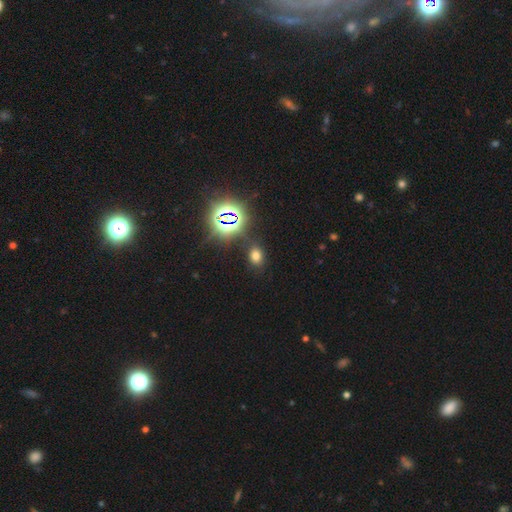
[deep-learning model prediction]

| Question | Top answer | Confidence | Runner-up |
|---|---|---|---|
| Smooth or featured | smooth | 62% | star or artifact (31%) |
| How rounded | in between | 62% | round (36%) |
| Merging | none | 82% | minor disturbance (10%) |